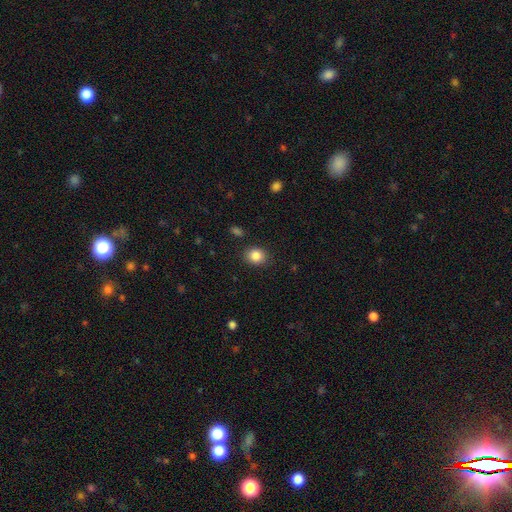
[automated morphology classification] The model was most divided on "how rounded": round: 63%, in between: 36%, cigar-shaped: 1%. More confident: merging — none (87%); smooth or featured — smooth (86%).